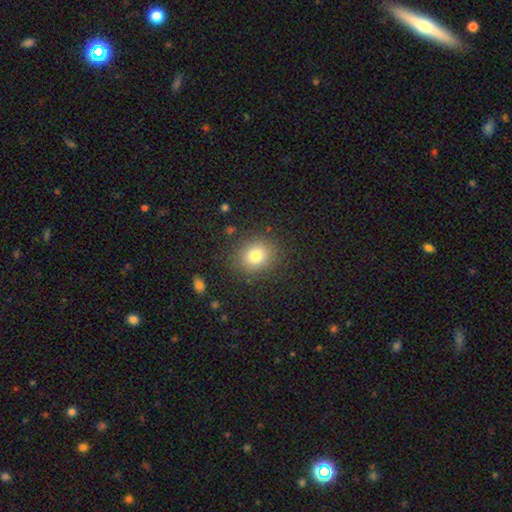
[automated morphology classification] smooth-or-featured: smooth: 79% | star or artifact: 12% | featured or disk: 9%
  how-rounded: round: 72% | in between: 27% | cigar-shaped: 1%
  merging: none: 85% | minor disturbance: 10% | major disturbance: 4% | merger: 1%